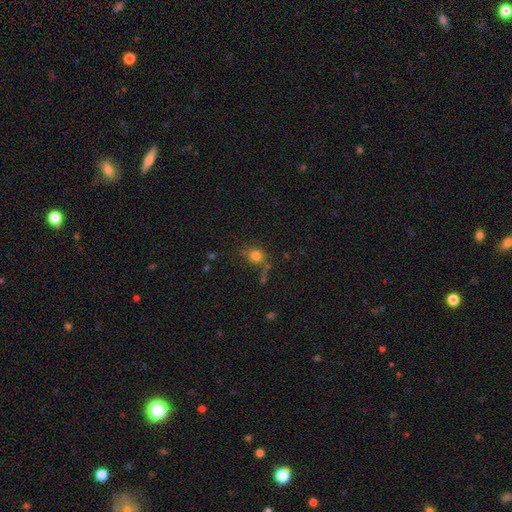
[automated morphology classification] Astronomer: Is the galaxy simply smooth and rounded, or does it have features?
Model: smooth — 79%.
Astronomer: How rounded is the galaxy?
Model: round — 77%.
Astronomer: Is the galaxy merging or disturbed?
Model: none — 65%.